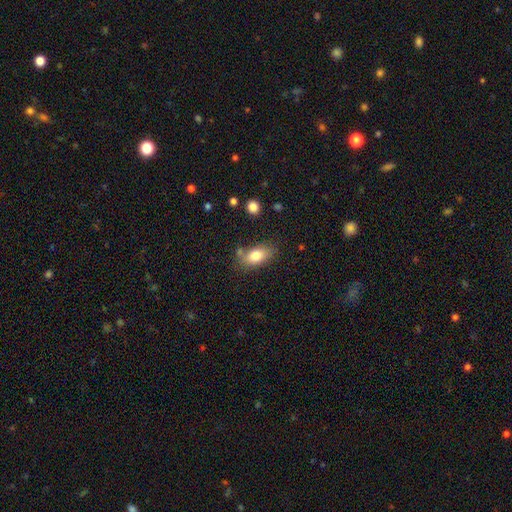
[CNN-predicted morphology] The model was most divided on "merging": none: 67%, minor disturbance: 19%, merger: 8%, major disturbance: 5%. More confident: how rounded — in between (88%); smooth or featured — smooth (80%).